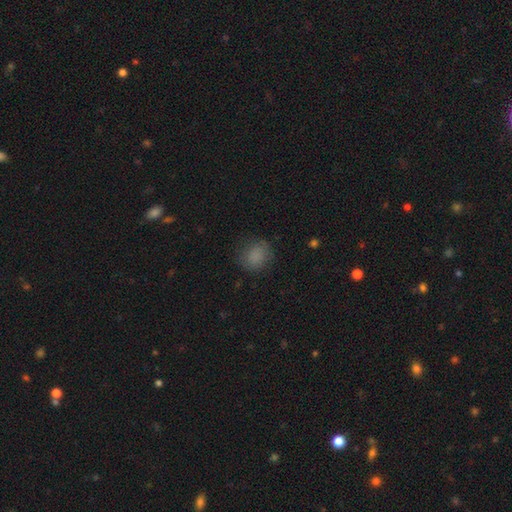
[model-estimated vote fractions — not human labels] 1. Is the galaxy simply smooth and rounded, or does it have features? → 83% smooth, 10% star or artifact, 7% featured or disk.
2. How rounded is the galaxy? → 72% round, 27% in between, 1% cigar-shaped.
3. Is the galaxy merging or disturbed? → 76% none, 17% minor disturbance, 6% major disturbance, 1% merger.